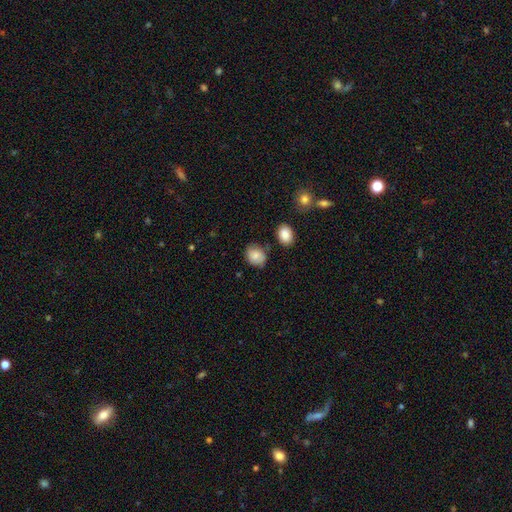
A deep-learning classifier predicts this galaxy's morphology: A smooth galaxy with no disk features (79%) that is round (55%).

Vote fractions:
- Smooth or featured? smooth: 79% / featured or disk: 12% / star or artifact: 8%
- How rounded? round: 55% / in between: 44% / cigar-shaped: 1%
- Merging? none: 71% / minor disturbance: 21% / major disturbance: 4% / merger: 4%